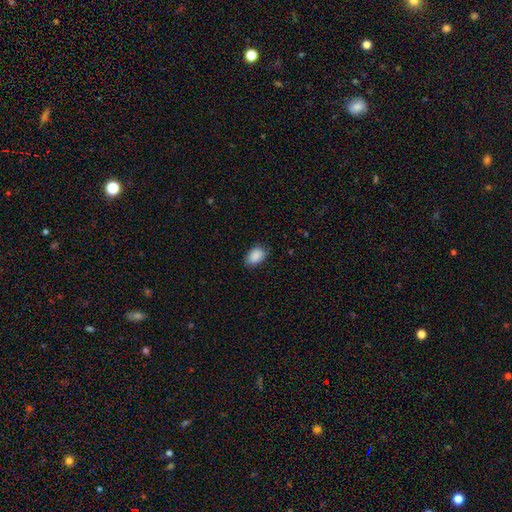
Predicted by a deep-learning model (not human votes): smooth_or_featured: smooth (p=0.90) [alt: star or artifact p=0.07]
how_rounded: in between (p=0.85) [alt: round p=0.14]
merging: none (p=0.80) [alt: minor disturbance p=0.16]